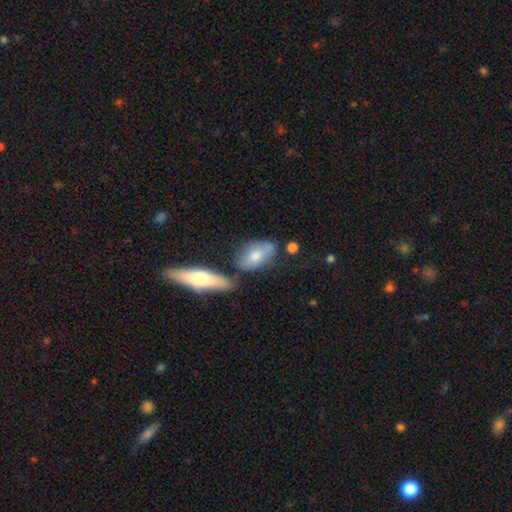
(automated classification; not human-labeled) This appears to be a smooth galaxy with no disk features (66%) that is in between round and cigar-shaped (84%). Merging: none (56%).